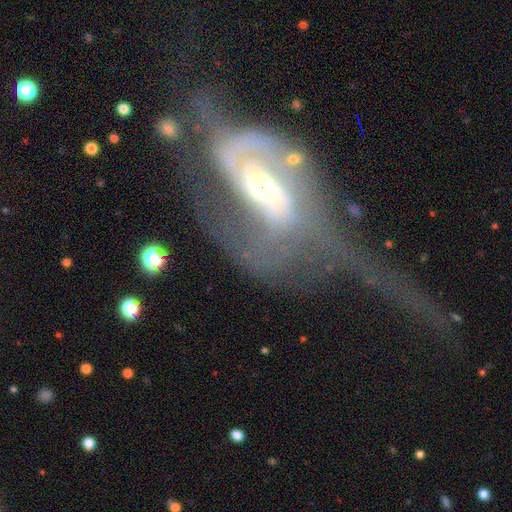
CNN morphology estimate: Smooth or featured: featured or disk — 84% (smooth — 10%)
Edge-on disk: no — 96% (yes — 4%)
Bar: no — 45% (weak — 37%)
Spiral arms: yes — 87% (no — 13%)
Spiral winding: medium — 41% (loose — 31%)
Spiral arm count: 2 — 62% (can't tell — 18%)
Bulge size: moderate — 63% (small — 25%)
Merging: major disturbance — 55% (none — 17%)